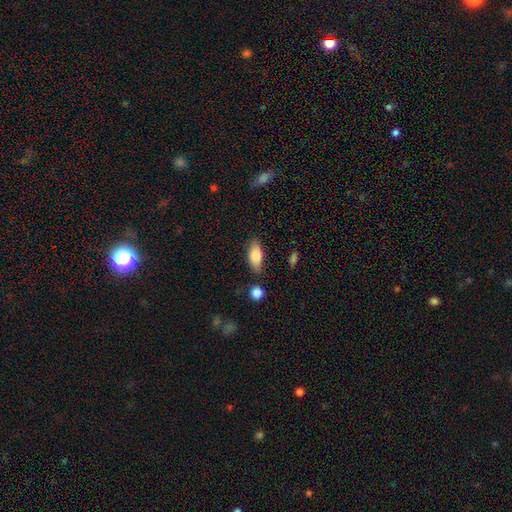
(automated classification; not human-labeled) Smooth or featured: smooth — 78% (featured or disk — 15%)
How rounded: in between — 83% (cigar-shaped — 14%)
Merging: none — 80% (minor disturbance — 14%)